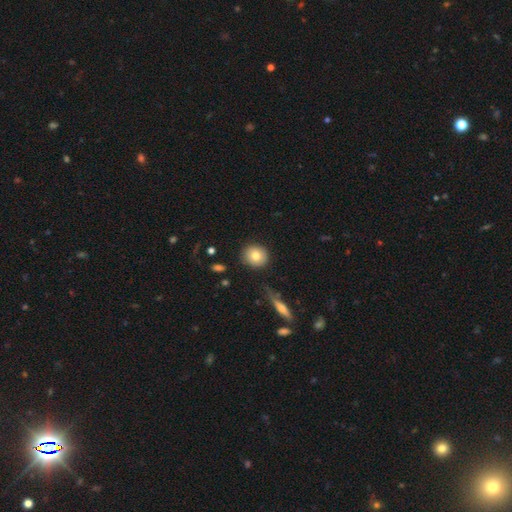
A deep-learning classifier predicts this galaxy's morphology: smooth 78%, featured or disk 13%, star or artifact 8%. Down the decision tree: how rounded — round (87%); merging — none (87%).